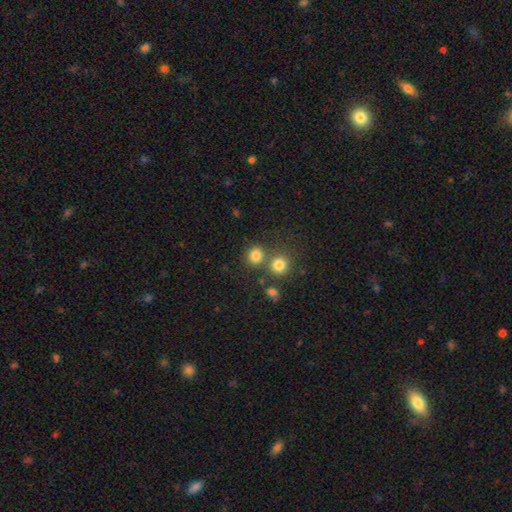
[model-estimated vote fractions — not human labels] A smooth galaxy with no disk features (81%) that is round (83%).

Vote fractions:
- Smooth or featured? smooth: 81% / star or artifact: 13% / featured or disk: 6%
- How rounded? round: 83% / in between: 16% / cigar-shaped: 1%
- Merging? none: 67% / merger: 22% / minor disturbance: 8% / major disturbance: 4%